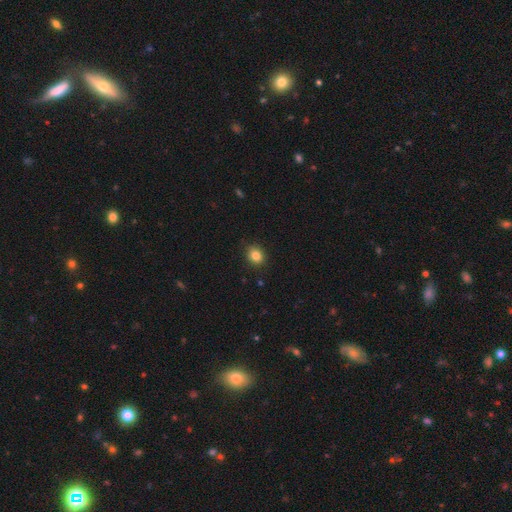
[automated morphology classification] smooth_or_featured: smooth (p=0.84) [alt: star or artifact p=0.11]
how_rounded: round (p=0.63) [alt: in between p=0.36]
merging: none (p=0.88) [alt: minor disturbance p=0.09]